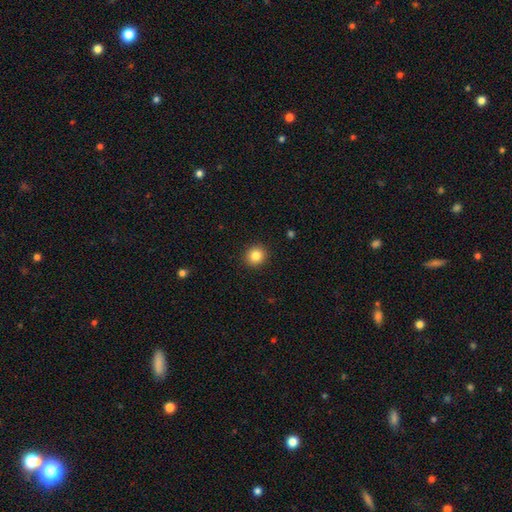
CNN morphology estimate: A smooth galaxy with no disk features (84%) that is round (89%). Merging: none (92%).